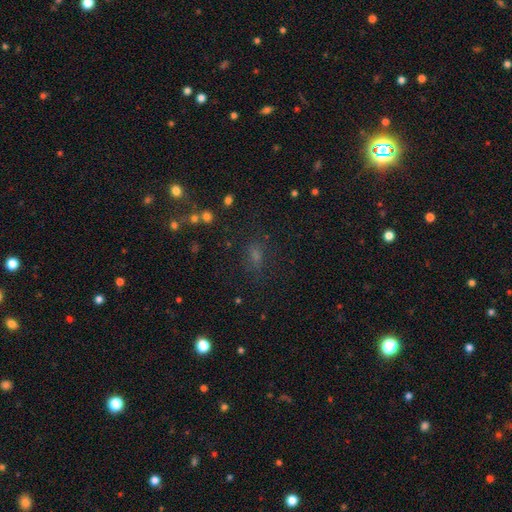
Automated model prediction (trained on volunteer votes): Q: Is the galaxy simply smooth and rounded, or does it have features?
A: smooth — 57%.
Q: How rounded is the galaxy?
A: in between — 70%.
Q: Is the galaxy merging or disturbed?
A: none — 69%.